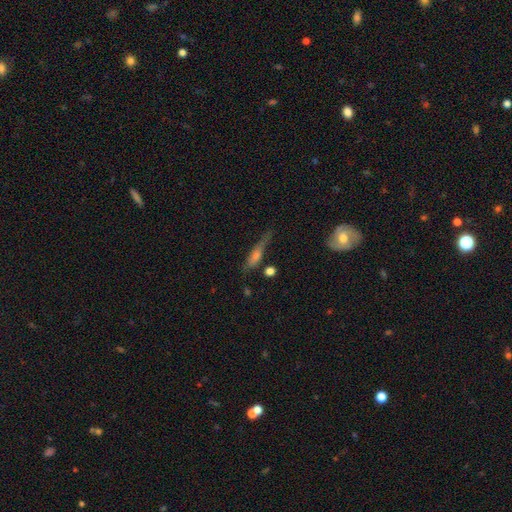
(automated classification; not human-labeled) smooth_or_featured: featured or disk (p=0.45) [alt: smooth p=0.43]
merging: none (p=0.54) [alt: minor disturbance p=0.27]